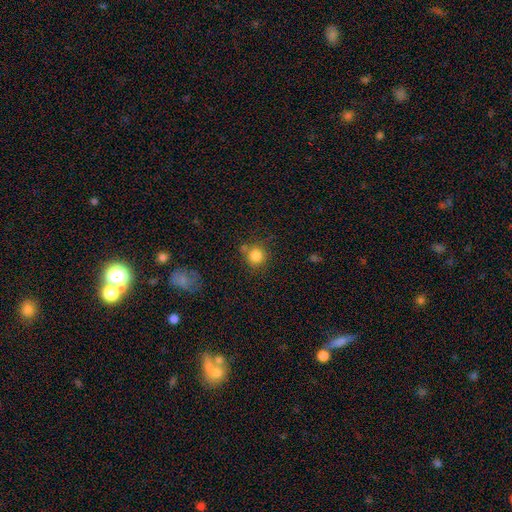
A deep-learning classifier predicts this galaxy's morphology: Smooth or featured: smooth — 84% (star or artifact — 11%)
How rounded: round — 92% (in between — 7%)
Merging: none — 75% (minor disturbance — 11%)